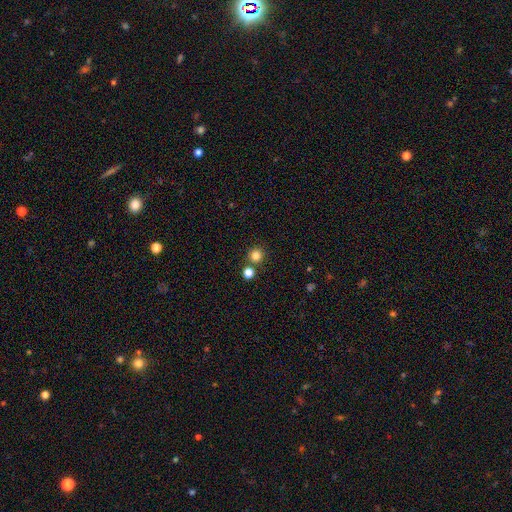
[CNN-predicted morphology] This appears to be a smooth galaxy with no disk features (82%) that is round (94%). Merging: none (79%).